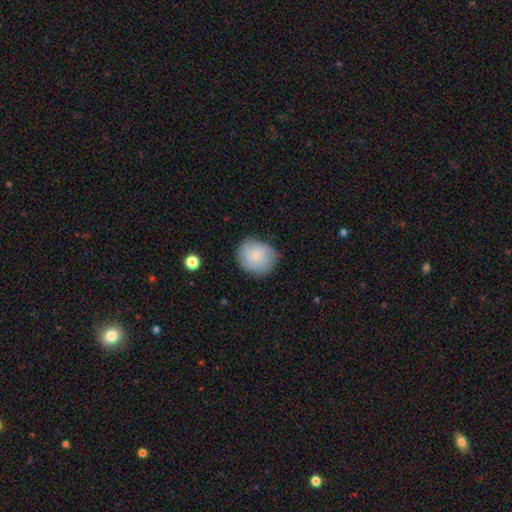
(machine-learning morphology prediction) smooth_or_featured: smooth (p=0.74) [alt: featured or disk p=0.19]
how_rounded: round (p=0.79) [alt: in between p=0.20]
merging: none (p=0.75) [alt: minor disturbance p=0.19]